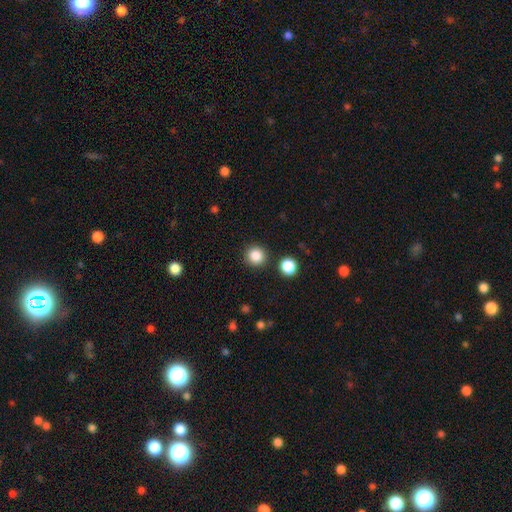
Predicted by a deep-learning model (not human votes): Smooth or featured: smooth — 86% (star or artifact — 10%)
How rounded: round — 94% (in between — 5%)
Merging: none — 89% (minor disturbance — 5%)